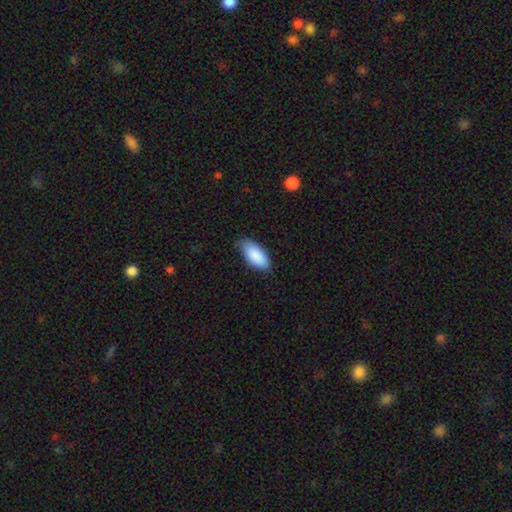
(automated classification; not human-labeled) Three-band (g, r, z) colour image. It shows a smooth galaxy with no disk features (88%) that is in between round and cigar-shaped (92%). Merging: none (72%).